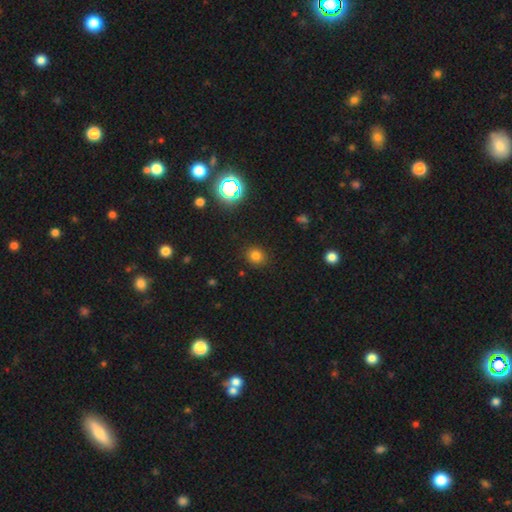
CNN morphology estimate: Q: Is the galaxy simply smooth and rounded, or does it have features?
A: smooth — 77%.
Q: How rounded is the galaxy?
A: round — 79%.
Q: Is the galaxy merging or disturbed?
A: none — 88%.